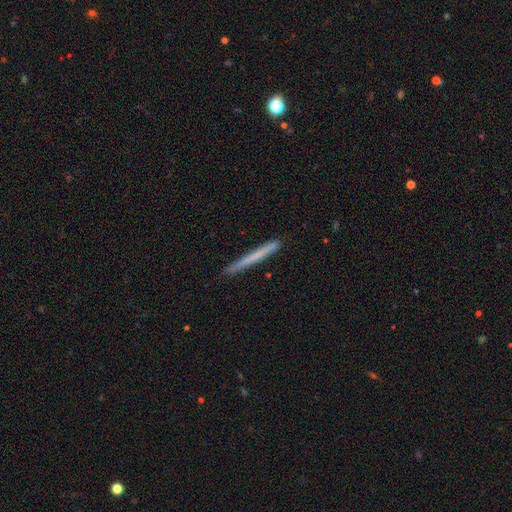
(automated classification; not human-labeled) A smooth galaxy with no disk features (61%) that is cigar-shaped (97%).

Vote fractions:
- Smooth or featured? smooth: 61% / featured or disk: 33% / star or artifact: 6%
- How rounded? cigar-shaped: 97% / in between: 1% / round: 1%
- Merging? none: 90% / minor disturbance: 8% / major disturbance: 1% / merger: 1%